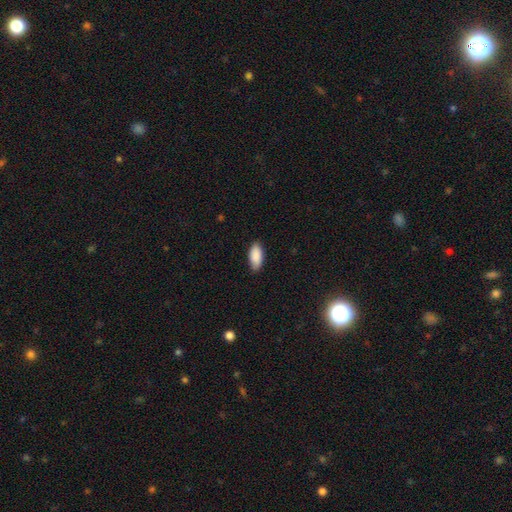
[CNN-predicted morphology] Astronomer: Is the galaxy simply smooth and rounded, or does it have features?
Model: smooth — 89%.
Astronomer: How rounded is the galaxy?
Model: in between — 90%.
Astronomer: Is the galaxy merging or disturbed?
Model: none — 84%.